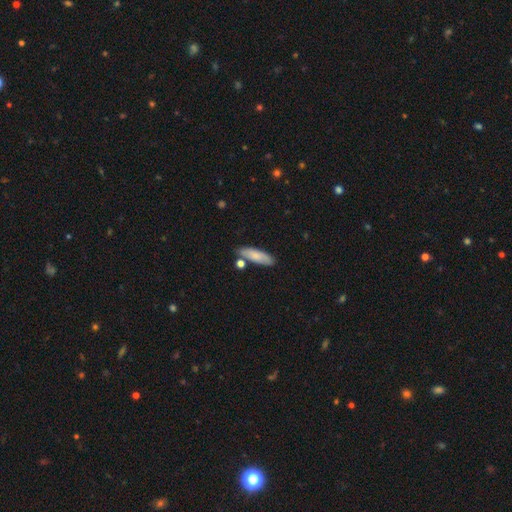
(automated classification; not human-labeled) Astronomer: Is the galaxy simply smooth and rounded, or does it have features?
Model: smooth — 77%.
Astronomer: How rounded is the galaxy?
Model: in between — 50% (runner-up: cigar-shaped, 48%).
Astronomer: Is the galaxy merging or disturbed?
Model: none — 74%.